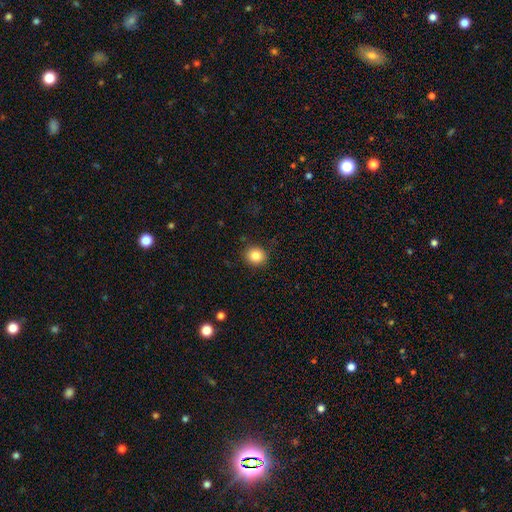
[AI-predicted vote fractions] Q: Smooth or featured?
A: smooth (86%); runner-up: star or artifact (10%)
Q: How rounded?
A: round (76%); runner-up: in between (23%)
Q: Merging?
A: none (87%); runner-up: minor disturbance (9%)